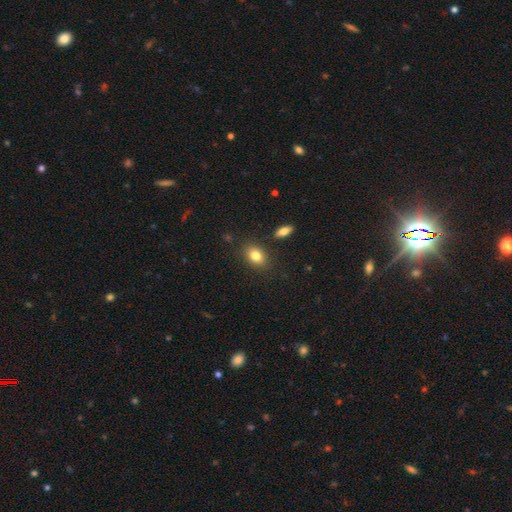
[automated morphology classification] Smooth or featured: smooth — 83% (star or artifact — 9%)
How rounded: in between — 73% (round — 25%)
Merging: none — 83% (minor disturbance — 10%)